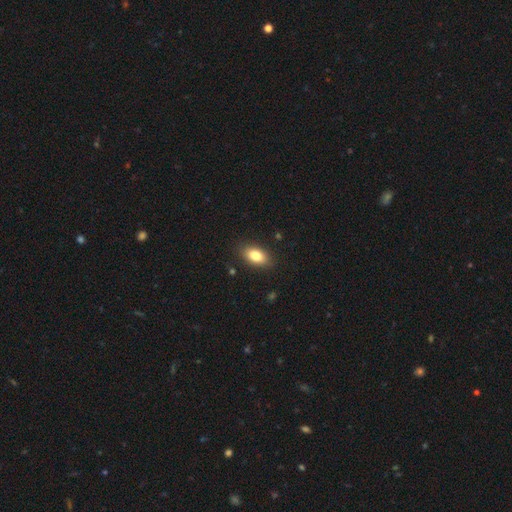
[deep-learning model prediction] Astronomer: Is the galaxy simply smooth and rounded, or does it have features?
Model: smooth — 84%.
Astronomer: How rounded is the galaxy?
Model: in between — 90%.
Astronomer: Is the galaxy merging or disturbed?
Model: none — 86%.